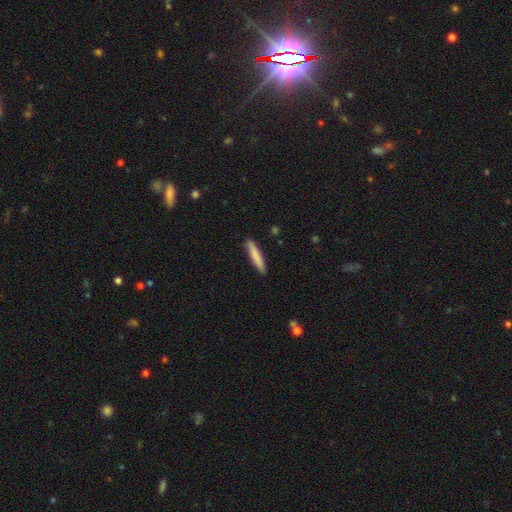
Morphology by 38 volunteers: This appears to be a smooth galaxy with no disk features (74%) that is cigar-shaped (96%). Merging: none (86%).